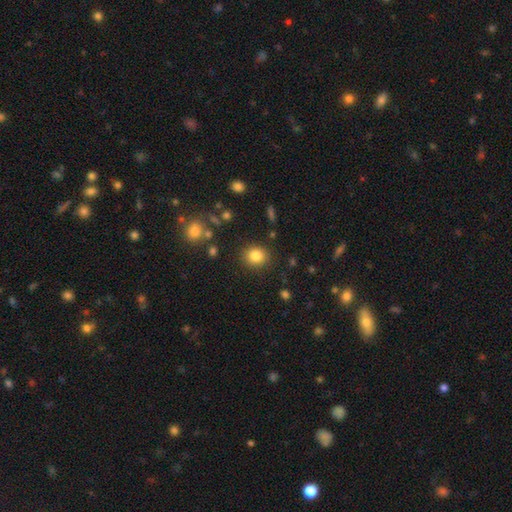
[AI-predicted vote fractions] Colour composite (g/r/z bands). It shows a smooth galaxy with no disk features (83%) that is round (75%). Merging: none (86%).